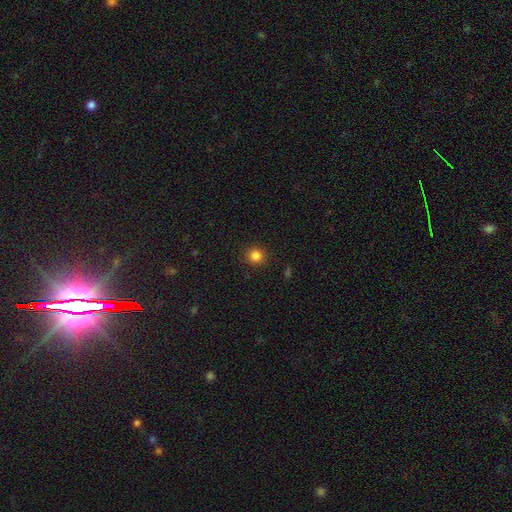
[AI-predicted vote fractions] Morphology: type=smooth (84%); roundness=round (92%); merging=none (91%).